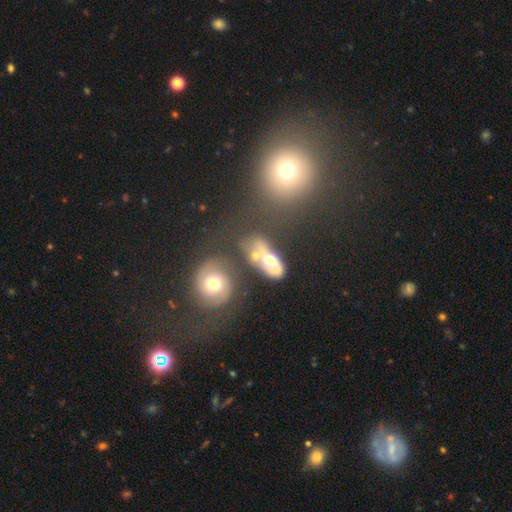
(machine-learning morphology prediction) The model was most divided on "smooth or featured" (2-way tie): smooth: 43%, featured or disk: 43%, star or artifact: 14%. Remaining: merging — none (45%).